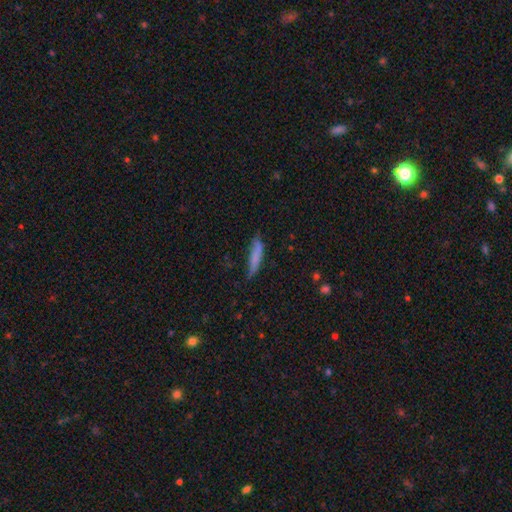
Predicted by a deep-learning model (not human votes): Smooth or featured: smooth — 76% (featured or disk — 17%)
How rounded: cigar-shaped — 81% (in between — 17%)
Merging: none — 55% (minor disturbance — 32%)